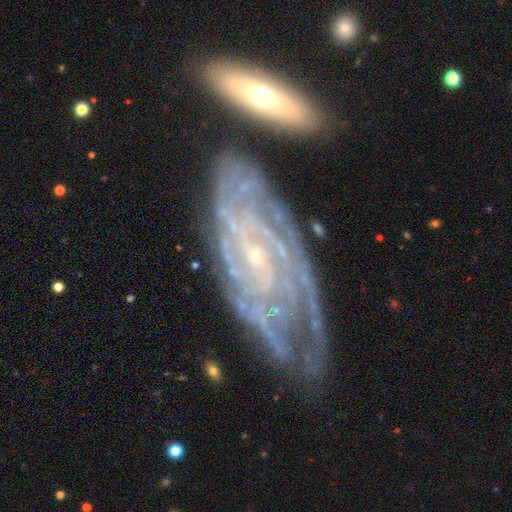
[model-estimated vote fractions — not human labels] Smooth or featured?
  - featured or disk: 88% *
  - star or artifact: 6%
  - smooth: 5%
Edge-on disk?
  - no: 92% *
  - yes: 8%
Bar?
  - no: 54% *
  - weak: 33%
  - strong: 13%
Spiral arms?
  - yes: 96% *
  - no: 4%
Spiral winding?
  - tight: 76% *
  - medium: 20%
  - loose: 4%
Spiral arm count?
  - can't tell: 36% *
  - 4: 19%
  - 3: 15%
  - 2: 12%
  - more than 4: 11%
  - 1: 6%
Bulge size?
  - small: 83% *
  - moderate: 12%
  - none: 3%
  - large: 1%
  - dominant: 1%
Merging?
  - none: 54% *
  - minor disturbance: 24%
  - major disturbance: 12%
  - merger: 10%